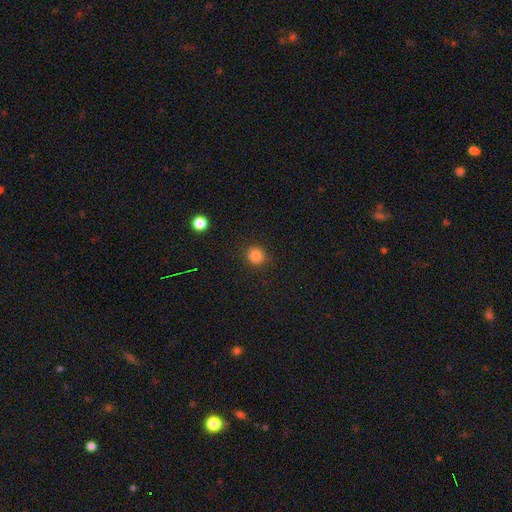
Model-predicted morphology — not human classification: Smooth or featured?
  - smooth: 84% *
  - star or artifact: 12%
  - featured or disk: 4%
How rounded?
  - round: 88% *
  - in between: 11%
  - cigar-shaped: 1%
Merging?
  - none: 90% *
  - minor disturbance: 7%
  - major disturbance: 2%
  - merger: 1%